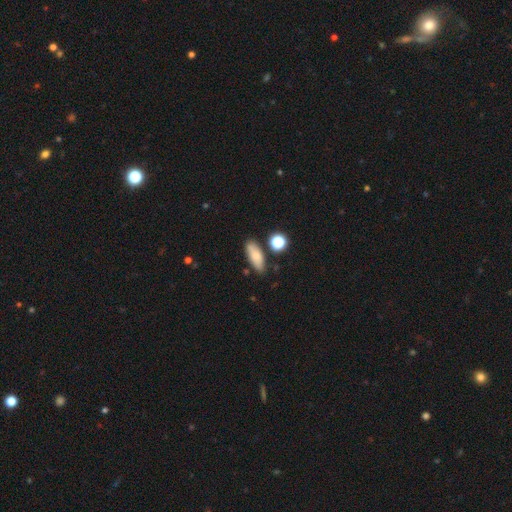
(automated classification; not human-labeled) A smooth galaxy with no disk features (76%) that is in between round and cigar-shaped (70%). Merging: none (77%).